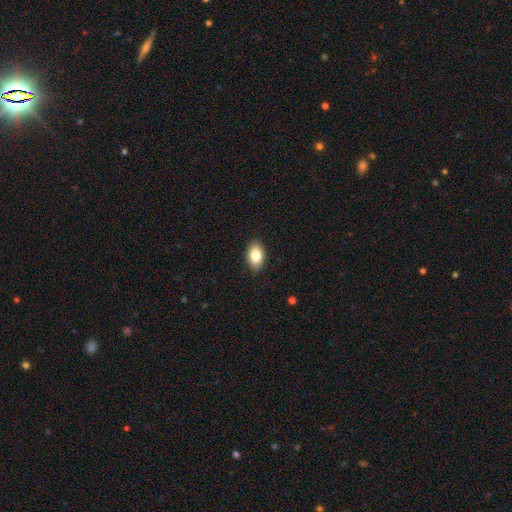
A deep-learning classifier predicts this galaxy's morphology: Overall: smooth (84%). How rounded: in between (88%). Merging: none (88%).